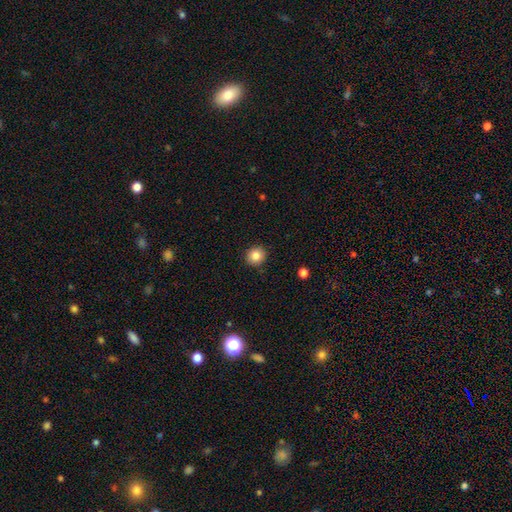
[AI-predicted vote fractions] smooth-or-featured: smooth: 85% | star or artifact: 10% | featured or disk: 5%
  how-rounded: round: 88% | in between: 11% | cigar-shaped: 1%
  merging: none: 91% | minor disturbance: 6% | major disturbance: 2% | merger: 1%